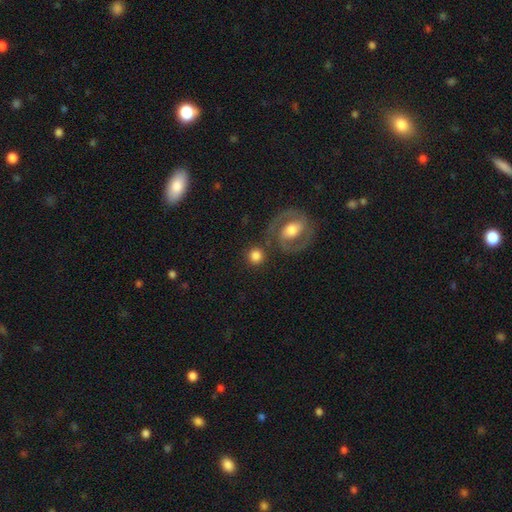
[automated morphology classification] Smooth or featured?
  - smooth: 75% *
  - featured or disk: 18%
  - star or artifact: 7%
How rounded?
  - round: 91% *
  - in between: 7%
  - cigar-shaped: 1%
Merging?
  - none: 76% *
  - merger: 11%
  - minor disturbance: 9%
  - major disturbance: 4%